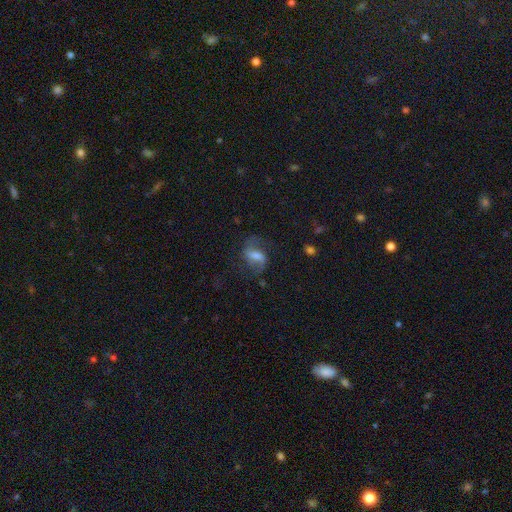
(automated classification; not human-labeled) Overall: featured or disk (67%). Edge-on disk: no (95%). Bar: weak (43%; strong 41%). Spiral arms: yes (90%). Spiral arm count: 2 (88%). Spiral winding: loose (53%; medium 38%). Bulge size: moderate (38%; small 29%). Merging: none (67%).